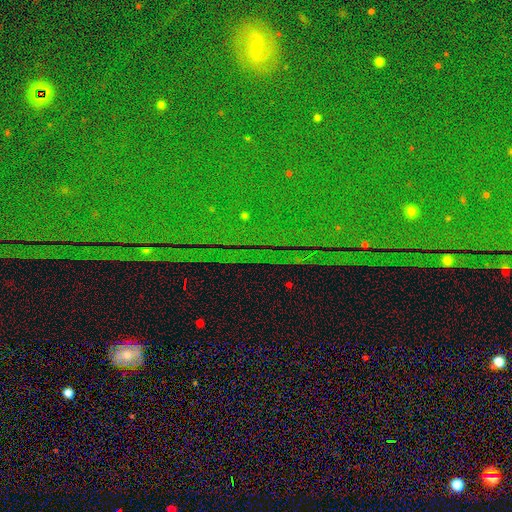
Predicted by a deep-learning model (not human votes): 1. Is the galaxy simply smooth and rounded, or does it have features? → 84% star or artifact, 8% smooth, 8% featured or disk.